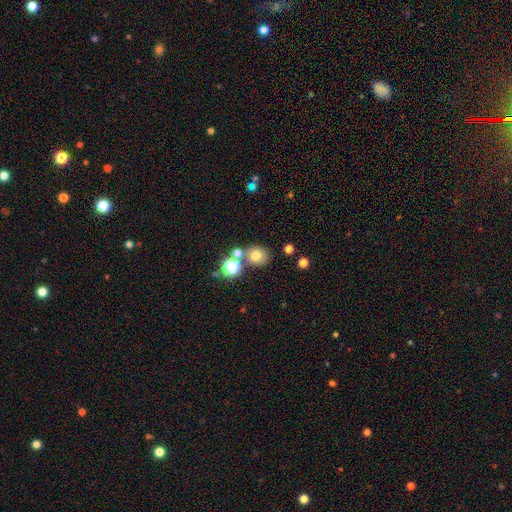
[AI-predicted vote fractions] Smooth or featured?
  - smooth: 71% *
  - star or artifact: 18%
  - featured or disk: 11%
How rounded?
  - round: 81% *
  - in between: 18%
  - cigar-shaped: 1%
Merging?
  - none: 67% *
  - merger: 19%
  - minor disturbance: 10%
  - major disturbance: 4%